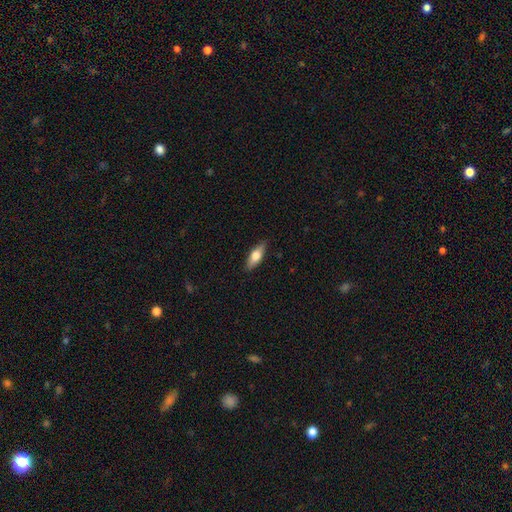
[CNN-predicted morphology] Q: Smooth or featured?
A: smooth (61%); runner-up: featured or disk (33%)
Q: How rounded?
A: in between (62%); runner-up: cigar-shaped (35%)
Q: Merging?
A: none (87%); runner-up: minor disturbance (10%)